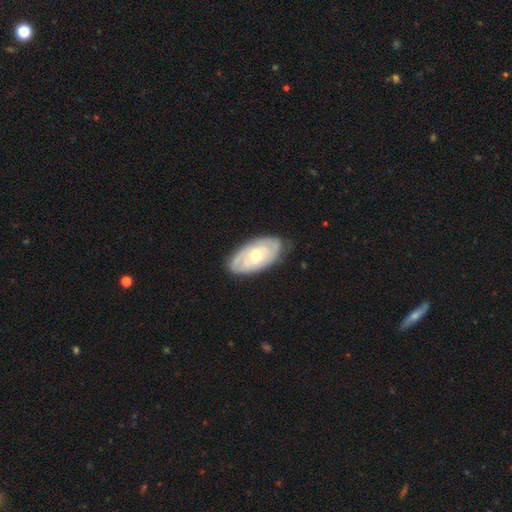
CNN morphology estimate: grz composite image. It shows a featured or disk galaxy (68%) with no bar (76%), spiral arms (73%) and a moderate central bulge (73%). Merging: none (79%).